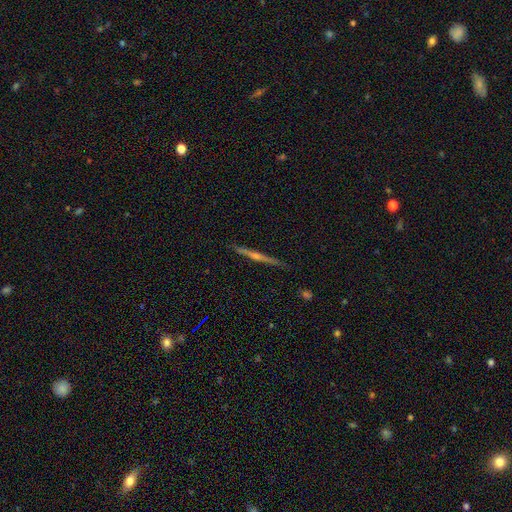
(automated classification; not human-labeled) smooth-or-featured: featured or disk: 76% | smooth: 17% | star or artifact: 6%
  disk-edge-on: yes: 98% | no: 2%
    edge-on-bulge: rounded: 76% | none: 18% | boxy: 5%
  merging: none: 91% | minor disturbance: 7% | major disturbance: 1% | merger: 1%